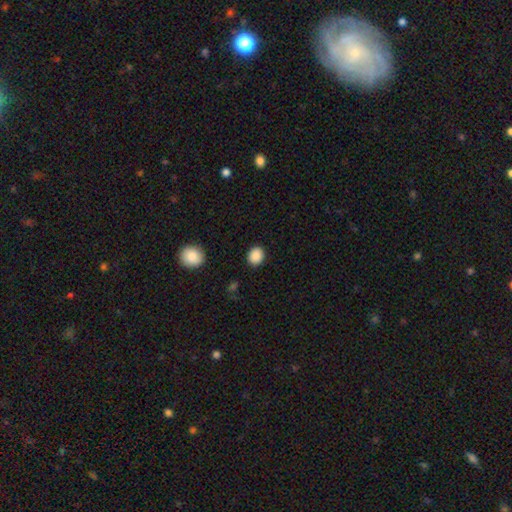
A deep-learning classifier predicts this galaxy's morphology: The model was most divided on "how rounded": round: 62%, in between: 37%, cigar-shaped: 1%. More confident: merging — none (89%); smooth or featured — smooth (89%).